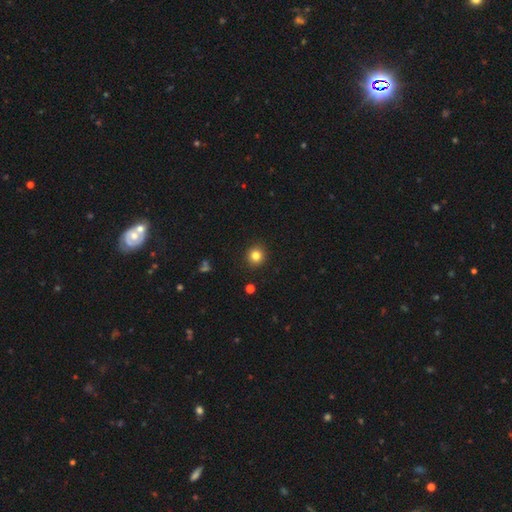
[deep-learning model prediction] Smooth or featured: smooth — 82% (star or artifact — 12%)
How rounded: round — 91% (in between — 8%)
Merging: none — 92% (minor disturbance — 5%)